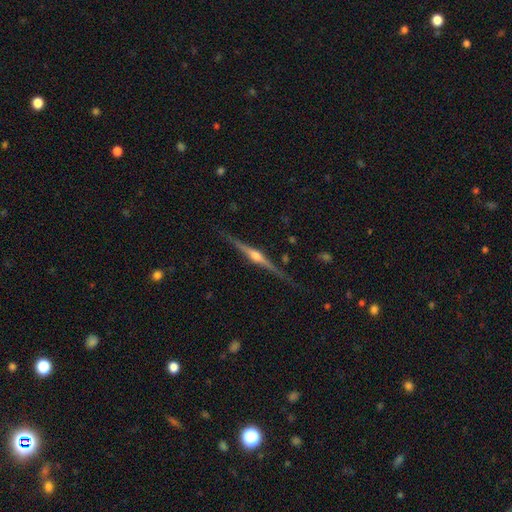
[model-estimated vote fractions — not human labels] smooth-or-featured: featured or disk: 87% | smooth: 8% | star or artifact: 5%
  disk-edge-on: yes: 98% | no: 2%
    edge-on-bulge: rounded: 94% | boxy: 4% | none: 3%
  merging: none: 87% | minor disturbance: 10% | major disturbance: 2% | merger: 1%